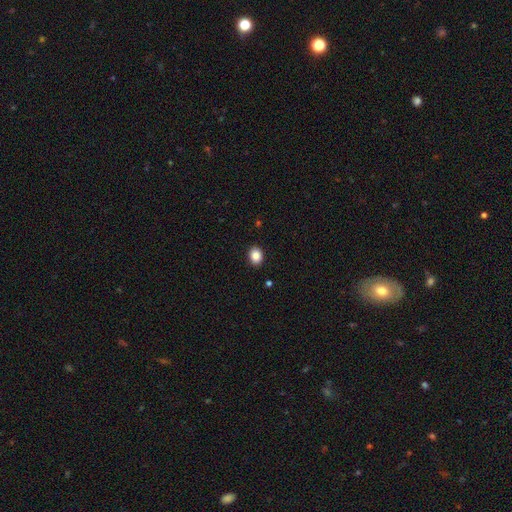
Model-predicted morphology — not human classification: Q: Smooth or featured?
A: smooth (87%); runner-up: star or artifact (9%)
Q: How rounded?
A: in between (61%); runner-up: round (38%)
Q: Merging?
A: none (91%); runner-up: minor disturbance (6%)